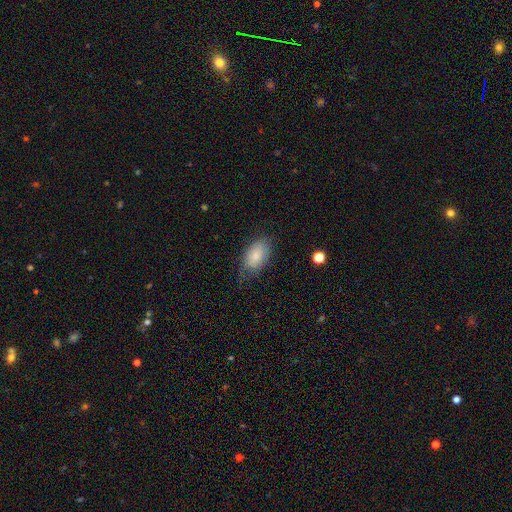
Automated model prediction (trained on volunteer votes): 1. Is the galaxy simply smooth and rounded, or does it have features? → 79% smooth, 14% featured or disk, 7% star or artifact.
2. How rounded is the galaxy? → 93% in between, 5% round, 2% cigar-shaped.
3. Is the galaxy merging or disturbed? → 62% none, 27% minor disturbance, 9% major disturbance, 1% merger.